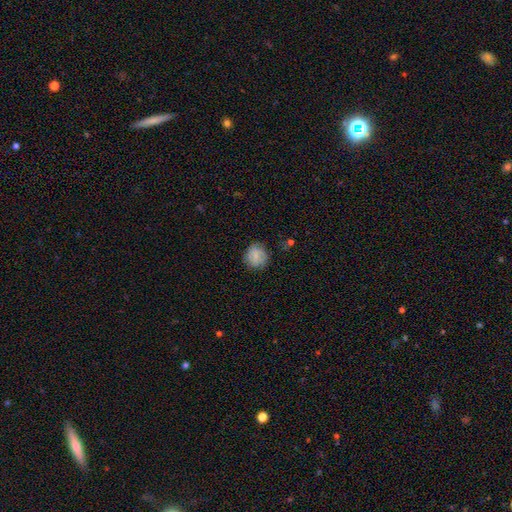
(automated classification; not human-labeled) Smooth or featured? Predicted: smooth (p=0.68). How rounded? Predicted: round (p=0.81). Merging? Predicted: none (p=0.74).